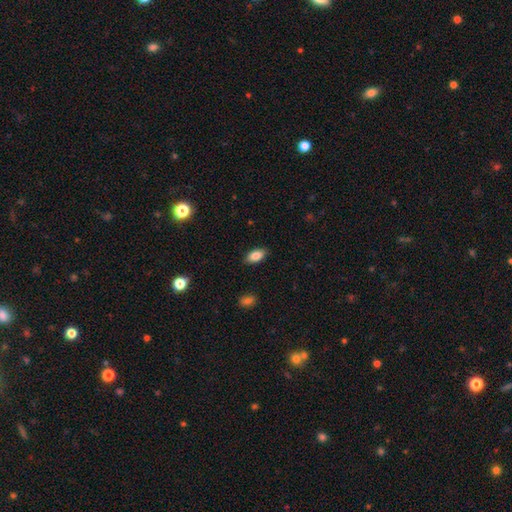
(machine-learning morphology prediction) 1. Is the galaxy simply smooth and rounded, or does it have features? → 85% smooth, 8% star or artifact, 7% featured or disk.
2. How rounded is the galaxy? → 91% in between, 5% cigar-shaped, 4% round.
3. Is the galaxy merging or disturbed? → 87% none, 9% minor disturbance, 2% major disturbance, 1% merger.